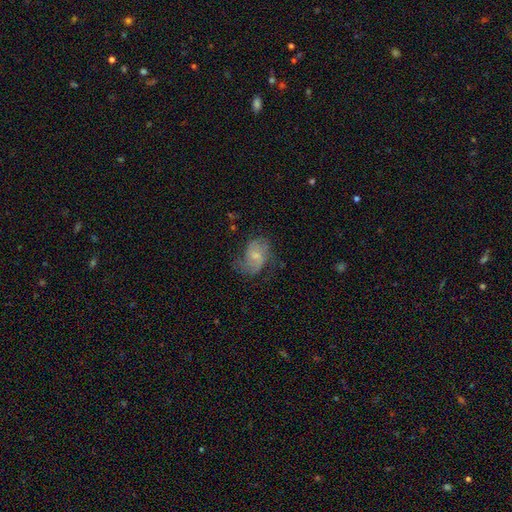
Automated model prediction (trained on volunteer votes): The model was most divided on "bar": no: 51%, weak: 42%, strong: 7%. Remaining: edge-on disk — no (97%); spiral arms — yes (84%); smooth or featured — featured or disk (58%); bulge size — small (55%); merging — none (49%).